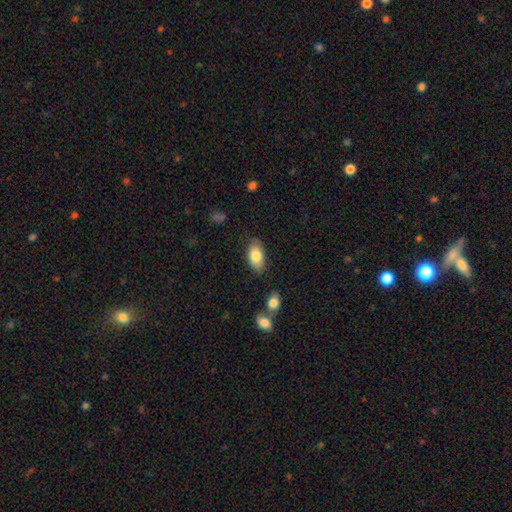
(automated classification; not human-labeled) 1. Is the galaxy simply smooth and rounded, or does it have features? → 82% smooth, 11% featured or disk, 7% star or artifact.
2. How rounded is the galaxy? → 93% in between, 4% round, 3% cigar-shaped.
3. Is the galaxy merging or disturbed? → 80% none, 14% minor disturbance, 3% major disturbance, 2% merger.